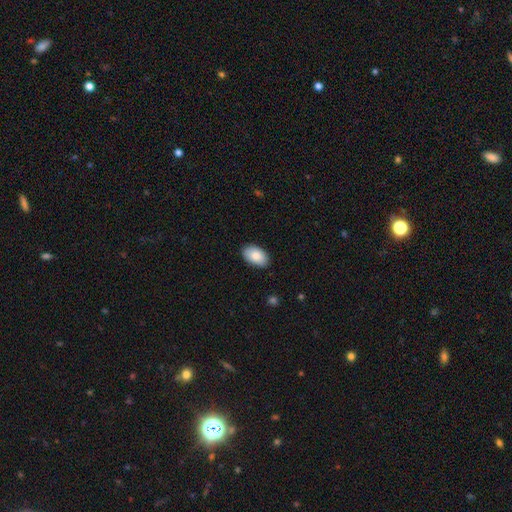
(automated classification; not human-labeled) smooth 85%, featured or disk 9%, star or artifact 6%. Down the decision tree: how rounded — in between (94%); merging — none (88%).